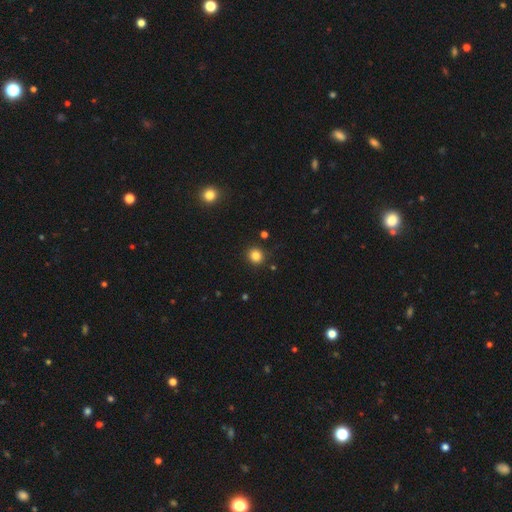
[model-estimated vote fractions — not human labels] The model was most divided on "smooth or featured": smooth: 83%, star or artifact: 12%, featured or disk: 4%. More confident: merging — none (89%); how rounded — round (88%).